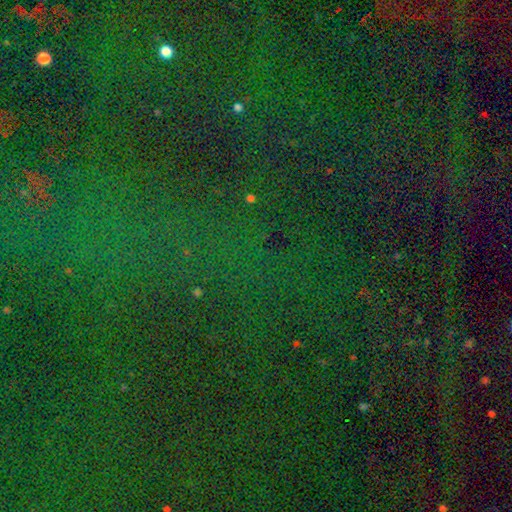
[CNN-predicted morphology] Smooth or featured: star or artifact — 81% (smooth — 11%)